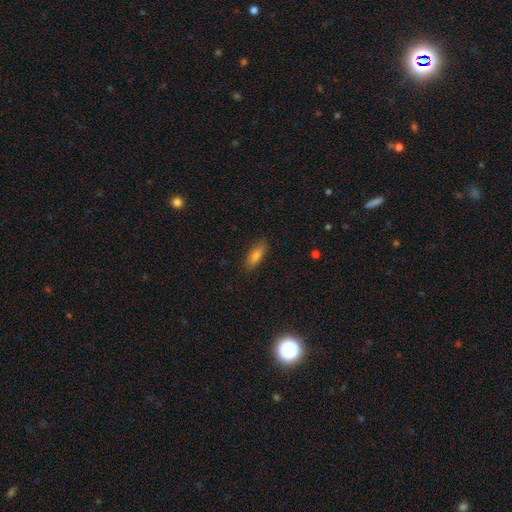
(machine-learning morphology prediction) Smooth or featured: smooth — 76% (featured or disk — 14%)
How rounded: in between — 60% (cigar-shaped — 37%)
Merging: none — 86% (minor disturbance — 10%)